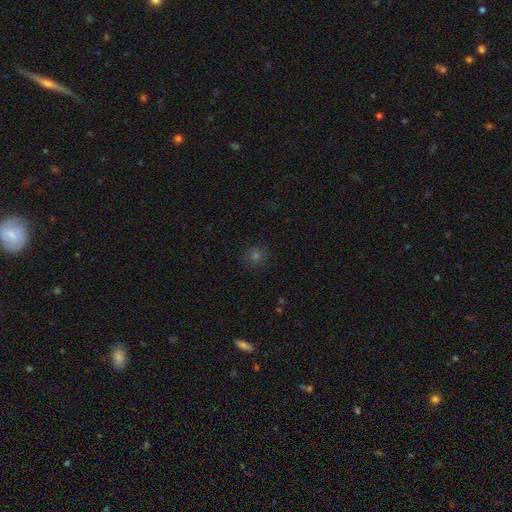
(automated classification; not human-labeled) This appears to be a smooth galaxy with no disk features (64%) that is round (89%). Merging: none (88%).